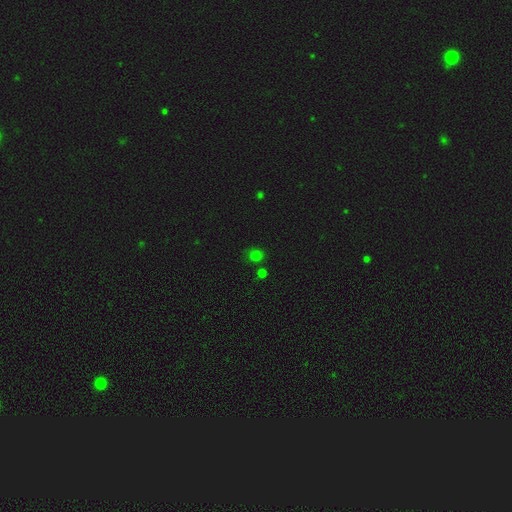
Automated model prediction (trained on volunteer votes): Smooth or featured: smooth — 71% (star or artifact — 24%)
How rounded: round — 79% (in between — 20%)
Merging: none — 78% (minor disturbance — 11%)